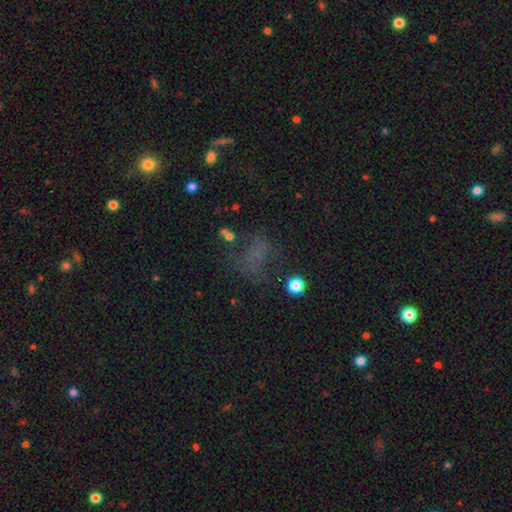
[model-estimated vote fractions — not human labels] Smooth or featured? Predicted: smooth (p=0.44). Merging? Predicted: none (p=0.48).